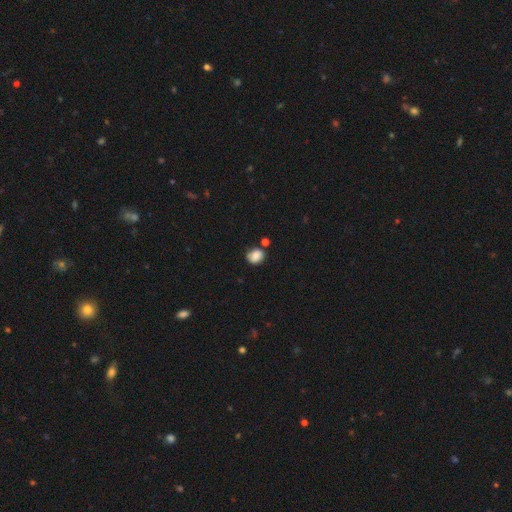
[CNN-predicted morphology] The model was most divided on "how rounded": round: 61%, in between: 38%, cigar-shaped: 1%. More confident: smooth or featured — smooth (79%); merging — none (66%).